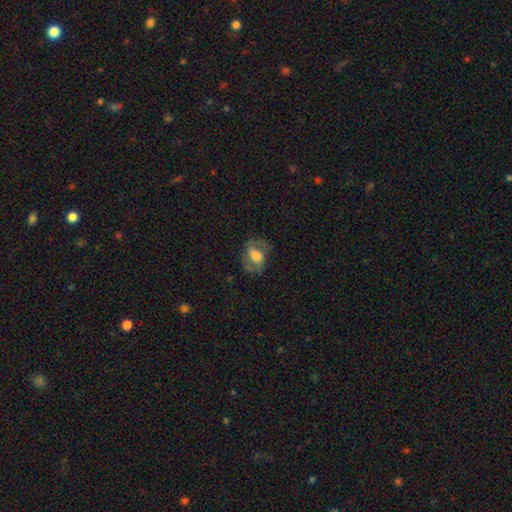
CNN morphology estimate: The model was most divided on "bulge size": large: 41%, moderate: 30%, small: 14%, none: 9%, dominant: 6%. More confident: edge-on disk — no (96%); spiral arms — yes (74%); merging — none (63%); smooth or featured — featured or disk (54%); bar — no (52%).